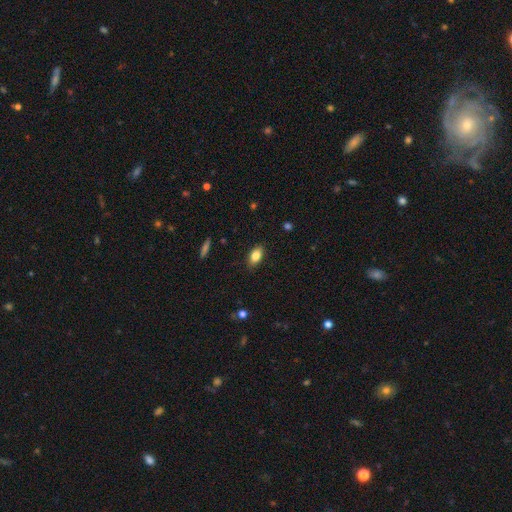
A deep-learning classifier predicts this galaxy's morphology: Q: Smooth or featured?
A: smooth (84%); runner-up: featured or disk (8%)
Q: How rounded?
A: in between (90%); runner-up: round (6%)
Q: Merging?
A: none (86%); runner-up: minor disturbance (11%)